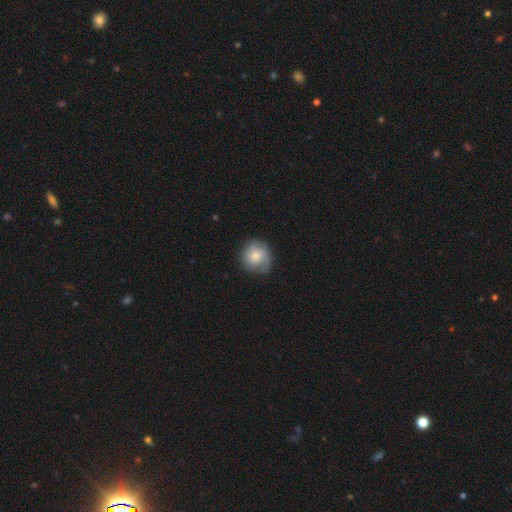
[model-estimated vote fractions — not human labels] Smooth or featured?
  - smooth: 64% *
  - featured or disk: 29%
  - star or artifact: 7%
How rounded?
  - round: 85% *
  - in between: 14%
  - cigar-shaped: 1%
Merging?
  - none: 66% *
  - minor disturbance: 24%
  - major disturbance: 8%
  - merger: 1%